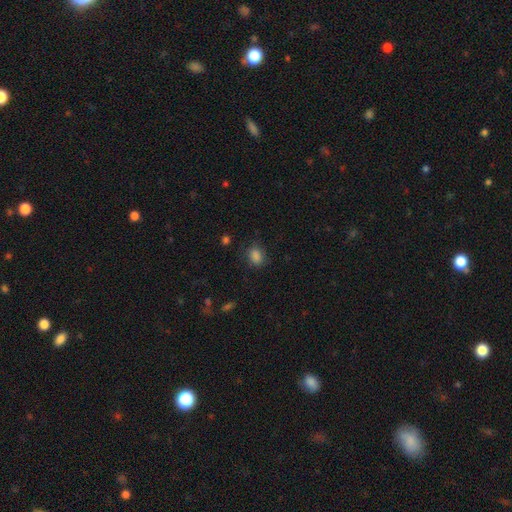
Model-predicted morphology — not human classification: Q: Smooth or featured?
A: smooth (84%); runner-up: star or artifact (11%)
Q: How rounded?
A: in between (63%); runner-up: round (35%)
Q: Merging?
A: none (77%); runner-up: minor disturbance (16%)